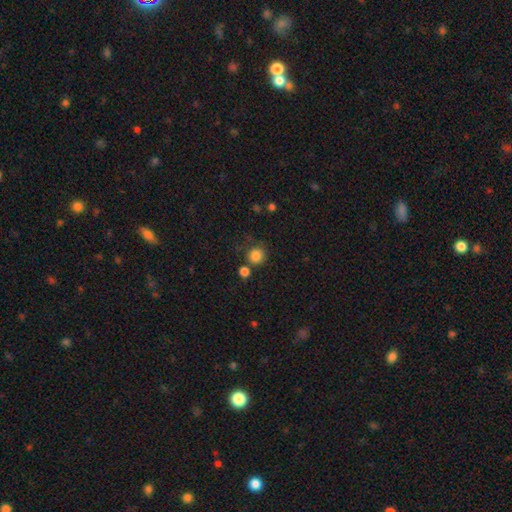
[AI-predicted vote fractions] Smooth or featured? Predicted: smooth (p=0.84). How rounded? Predicted: round (p=0.92). Merging? Predicted: none (p=0.72).